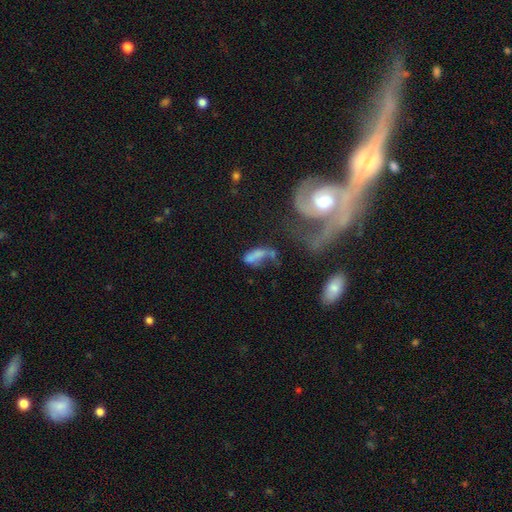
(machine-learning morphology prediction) This appears to be a smooth galaxy with no disk features (52%) that is in between round and cigar-shaped (77%). Merging: major disturbance (38%).